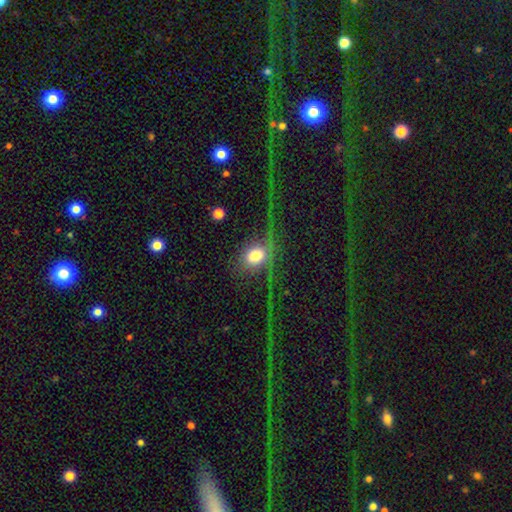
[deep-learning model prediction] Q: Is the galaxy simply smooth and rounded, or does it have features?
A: smooth — 51%.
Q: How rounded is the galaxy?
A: in between — 52%.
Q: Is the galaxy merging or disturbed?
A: none — 42%.